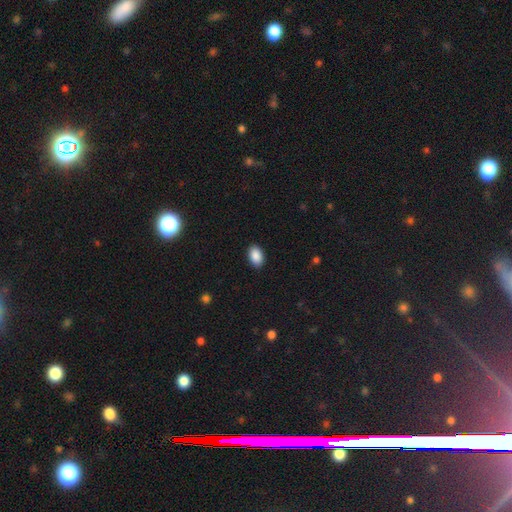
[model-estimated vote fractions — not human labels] Smooth or featured? smooth (89%)
How rounded? in between (90%)
Merging? none (90%)